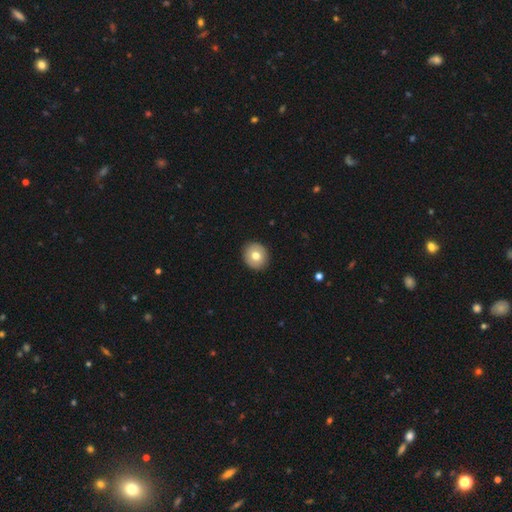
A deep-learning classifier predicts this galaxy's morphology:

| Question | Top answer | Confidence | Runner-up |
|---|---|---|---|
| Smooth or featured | smooth | 73% | featured or disk (19%) |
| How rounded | round | 86% | in between (13%) |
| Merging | none | 92% | minor disturbance (6%) |